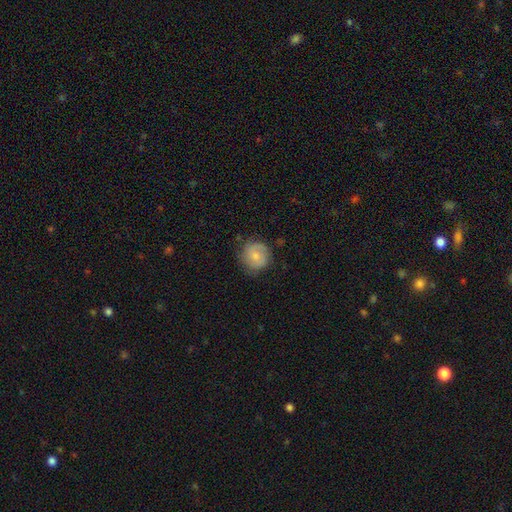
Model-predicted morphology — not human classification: smooth-or-featured: smooth: 65% | featured or disk: 28% | star or artifact: 7%
  how-rounded: round: 87% | in between: 12% | cigar-shaped: 1%
  merging: none: 71% | minor disturbance: 21% | major disturbance: 6% | merger: 1%